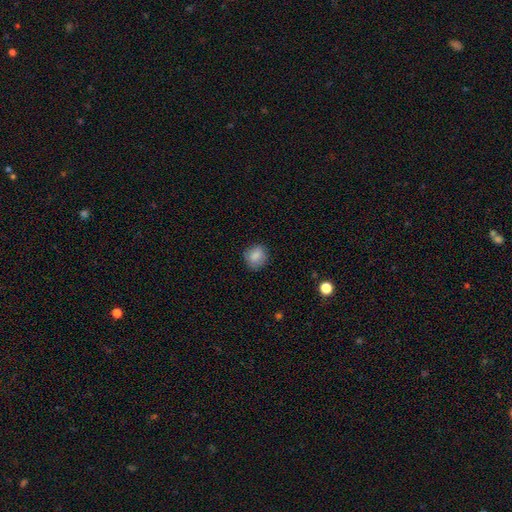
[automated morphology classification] smooth_or_featured: smooth (p=0.85) [alt: star or artifact p=0.08]
how_rounded: round (p=0.68) [alt: in between p=0.31]
merging: none (p=0.81) [alt: minor disturbance p=0.15]